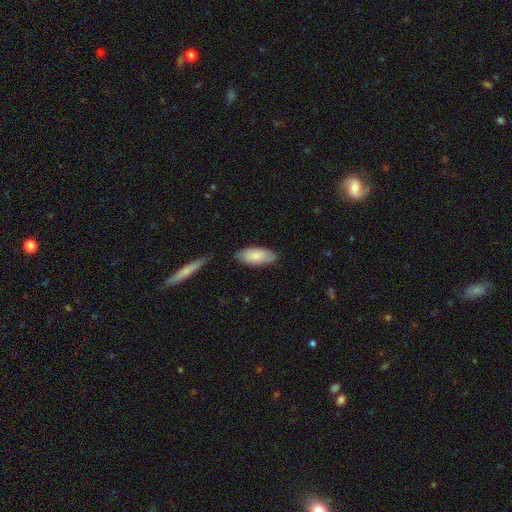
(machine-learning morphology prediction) smooth-or-featured: smooth: 81% | featured or disk: 14% | star or artifact: 6%
  how-rounded: in between: 86% | cigar-shaped: 12% | round: 2%
  merging: none: 79% | minor disturbance: 16% | major disturbance: 3% | merger: 2%